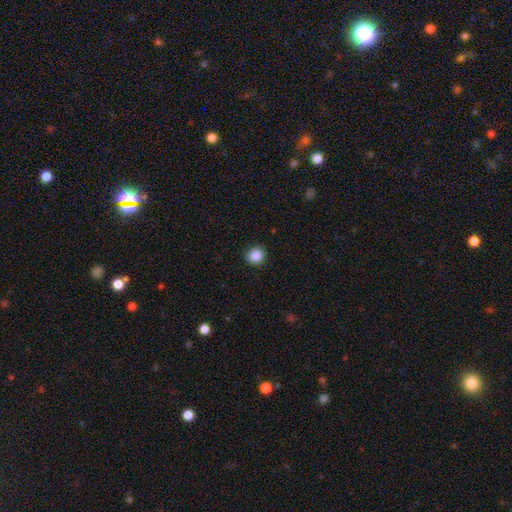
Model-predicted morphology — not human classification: Q: Smooth or featured?
A: smooth (88%); runner-up: star or artifact (9%)
Q: How rounded?
A: round (85%); runner-up: in between (14%)
Q: Merging?
A: none (88%); runner-up: minor disturbance (9%)